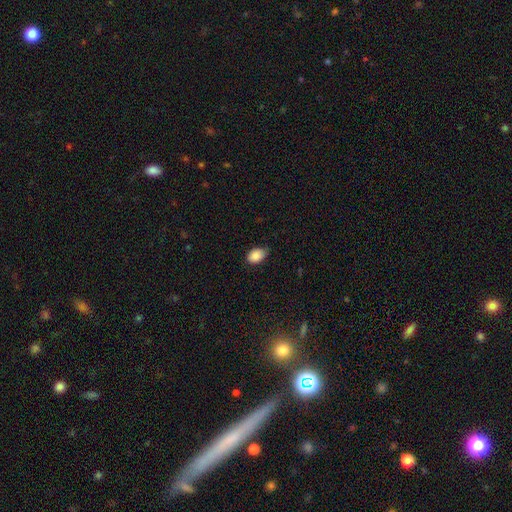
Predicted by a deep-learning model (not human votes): This is clearly a smooth galaxy (88%). How rounded: clearly in between (86%). Merging: likely none (70%).